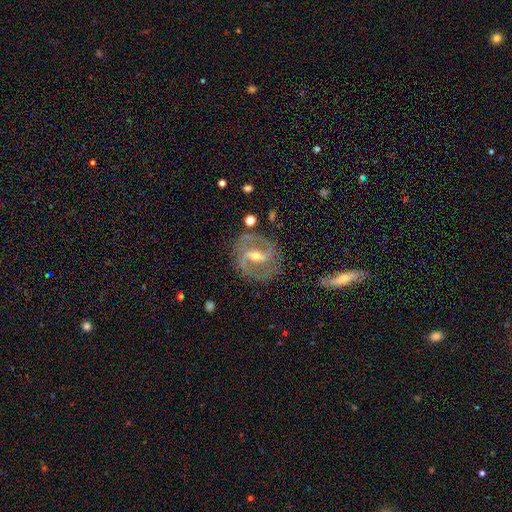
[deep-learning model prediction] smooth-or-featured: featured or disk: 88% | smooth: 6% | star or artifact: 6%
  disk-edge-on: no: 95% | yes: 5%
    bar: strong: 57% | weak: 30% | no: 12%
    has-spiral-arms: yes: 94% | no: 6%
      spiral-winding: medium: 50% | tight: 36% | loose: 14%
      spiral-arm-count: 2: 89% | can't tell: 4% | 3: 3% | 1: 2% | 4: 1% | more than 4: 1%
    bulge-size: moderate: 57% | small: 39% | large: 2% | none: 1% | dominant: 1%
  merging: none: 80% | minor disturbance: 13% | major disturbance: 5% | merger: 2%